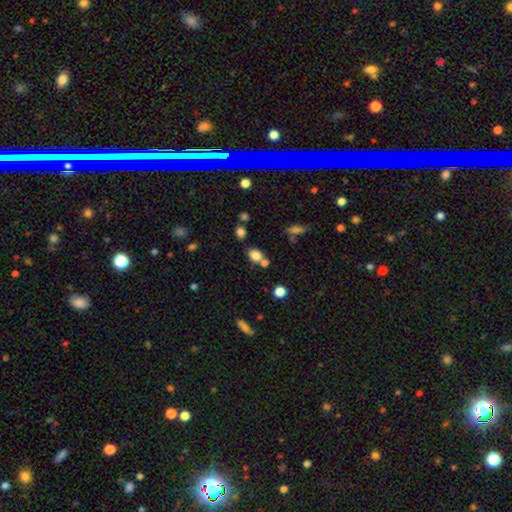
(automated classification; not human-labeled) A smooth galaxy with no disk features (80%) that is in between round and cigar-shaped (65%). Merging: none (56%).